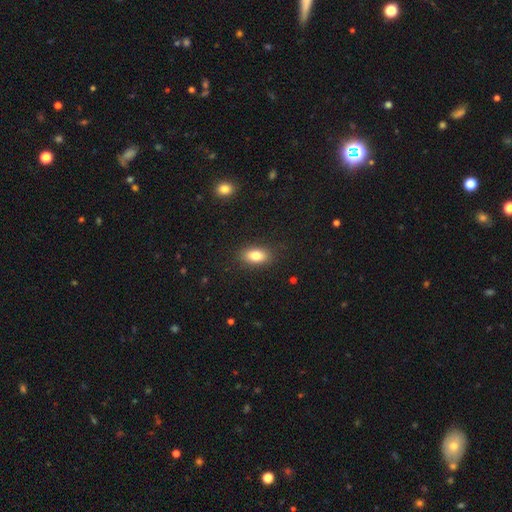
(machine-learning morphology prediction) smooth 82%, featured or disk 10%, star or artifact 9%. Down the decision tree: how rounded — in between (87%); merging — none (87%).